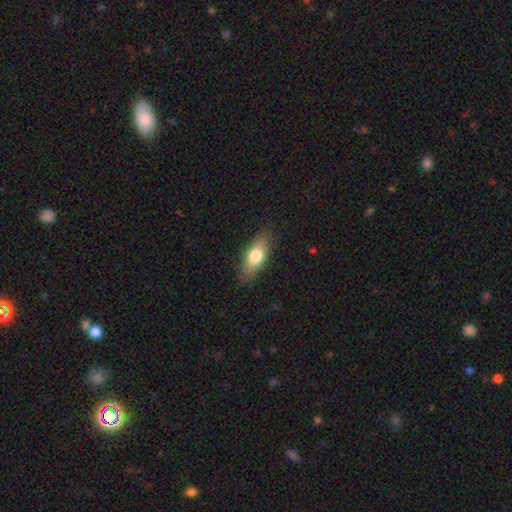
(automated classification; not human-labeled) Q: Smooth or featured?
A: smooth (69%); runner-up: featured or disk (24%)
Q: How rounded?
A: in between (71%); runner-up: cigar-shaped (25%)
Q: Merging?
A: none (84%); runner-up: minor disturbance (12%)